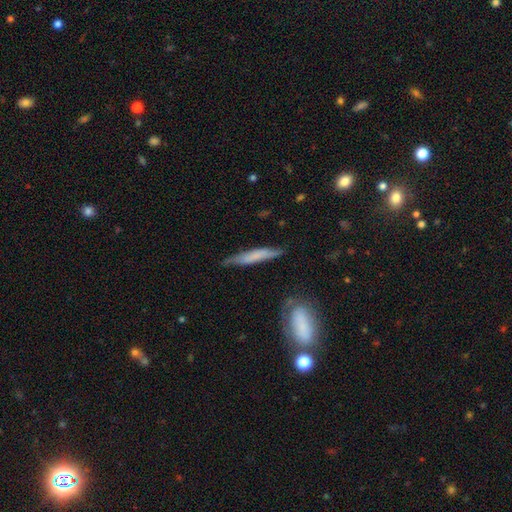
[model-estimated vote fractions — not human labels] A smooth galaxy with no disk features (57%) that is cigar-shaped (91%). Merging: none (73%).